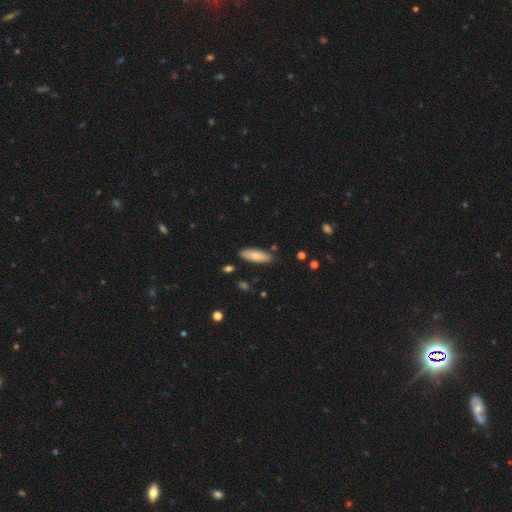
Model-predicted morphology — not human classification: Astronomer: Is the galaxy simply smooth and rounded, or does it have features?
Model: smooth — 79%.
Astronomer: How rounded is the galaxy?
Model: in between — 61% (runner-up: cigar-shaped, 37%).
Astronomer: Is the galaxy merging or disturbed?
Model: none — 85%.